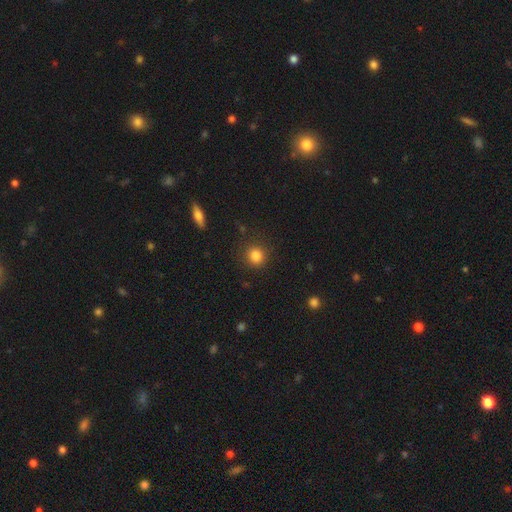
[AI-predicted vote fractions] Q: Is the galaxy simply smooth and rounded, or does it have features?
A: smooth — 85%.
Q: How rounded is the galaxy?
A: round — 90%.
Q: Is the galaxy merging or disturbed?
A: none — 88%.